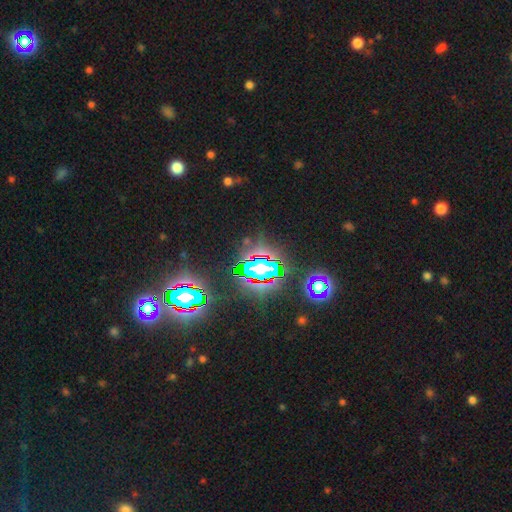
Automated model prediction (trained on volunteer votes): Overall: star or artifact (84%).